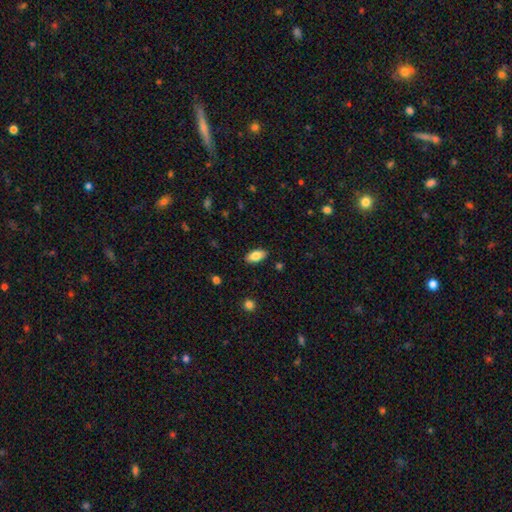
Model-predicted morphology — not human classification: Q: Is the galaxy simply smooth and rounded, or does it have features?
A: smooth — 81%.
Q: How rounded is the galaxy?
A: in between — 91%.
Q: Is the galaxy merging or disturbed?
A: none — 88%.